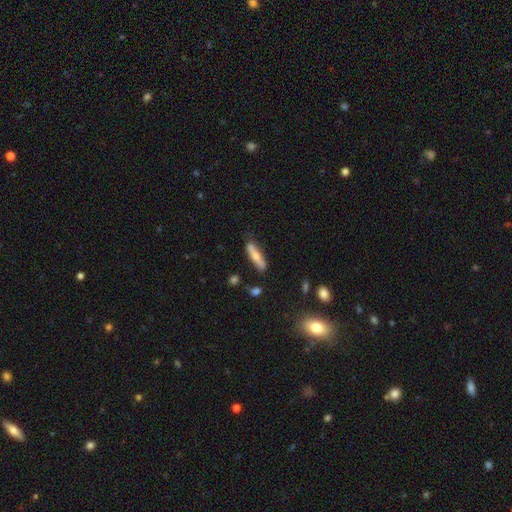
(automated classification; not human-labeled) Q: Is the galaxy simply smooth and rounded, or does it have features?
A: smooth — 53%.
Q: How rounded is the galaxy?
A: cigar-shaped — 78%.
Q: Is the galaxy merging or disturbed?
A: none — 74%.